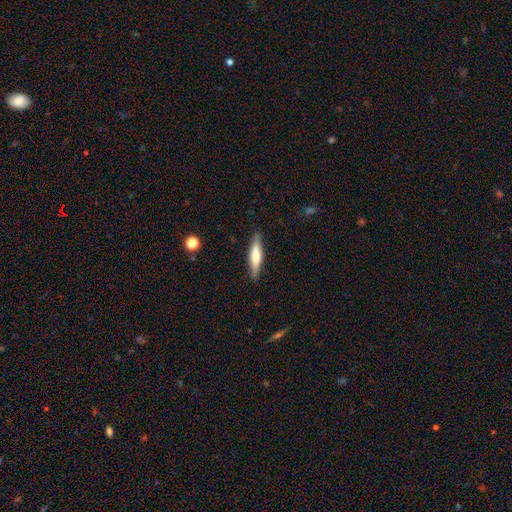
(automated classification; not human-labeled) smooth-or-featured: smooth: 52% | featured or disk: 42% | star or artifact: 6%
  how-rounded: cigar-shaped: 82% | in between: 17% | round: 2%
  merging: none: 88% | minor disturbance: 9% | major disturbance: 2% | merger: 1%